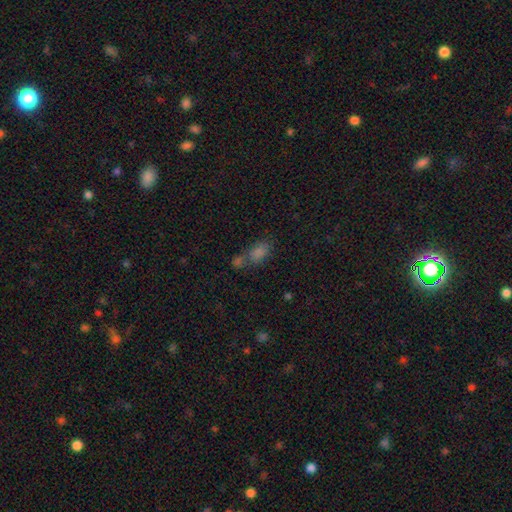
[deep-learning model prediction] A smooth galaxy with no disk features (66%) that is in between round and cigar-shaped (79%). Merging: none (44%).